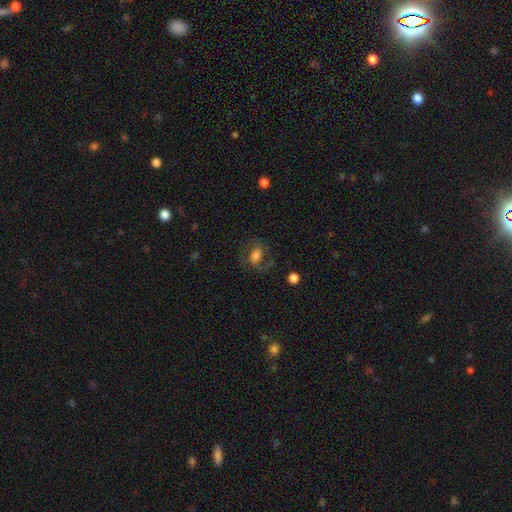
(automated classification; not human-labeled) smooth 46%, featured or disk 43%, star or artifact 11%. Down the decision tree: merging — none (60%).